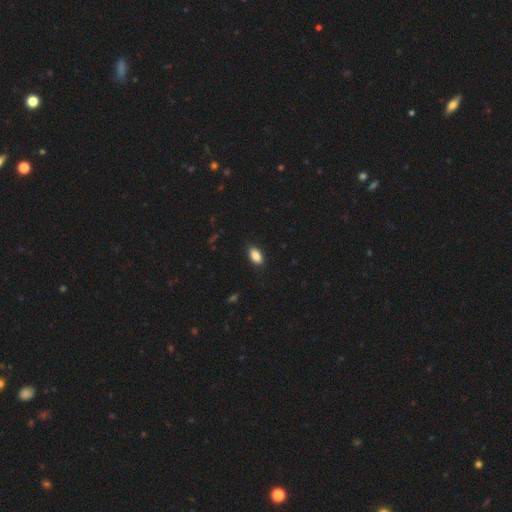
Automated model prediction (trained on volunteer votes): A smooth galaxy with no disk features (88%) that is in between round and cigar-shaped (92%). Merging: none (87%).